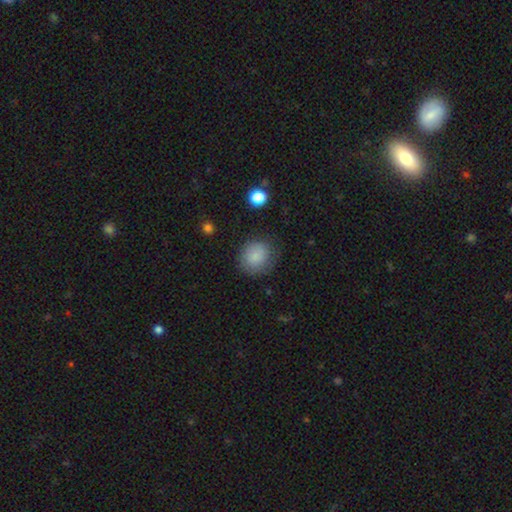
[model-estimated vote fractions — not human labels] smooth 85%, star or artifact 9%, featured or disk 6%. Down the decision tree: how rounded — round (80%); merging — none (76%).